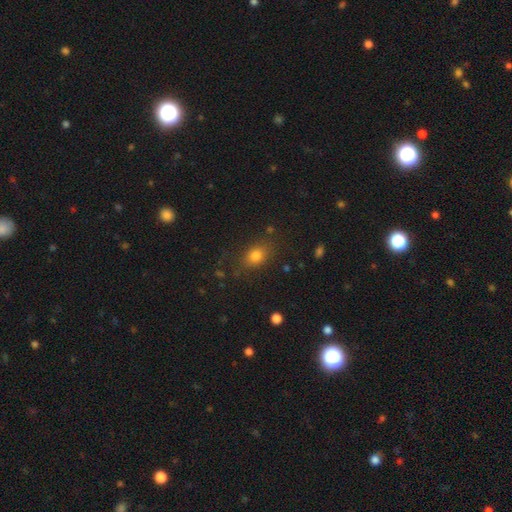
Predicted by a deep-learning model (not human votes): Smooth or featured?
  - smooth: 78% *
  - star or artifact: 13%
  - featured or disk: 8%
How rounded?
  - in between: 65% *
  - round: 33%
  - cigar-shaped: 3%
Merging?
  - none: 80% *
  - minor disturbance: 13%
  - major disturbance: 5%
  - merger: 2%